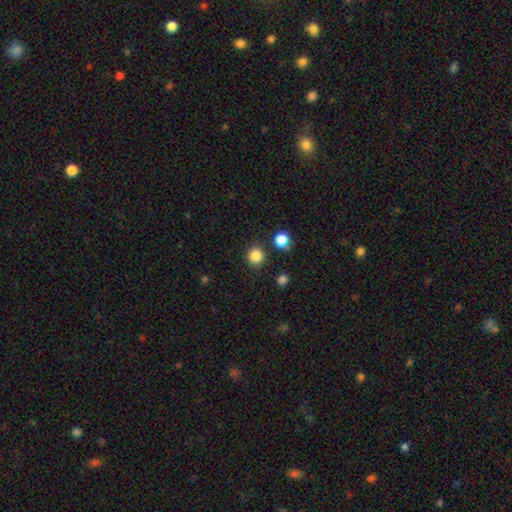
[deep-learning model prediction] Smooth or featured: smooth — 85% (star or artifact — 12%)
How rounded: round — 92% (in between — 7%)
Merging: none — 88% (minor disturbance — 6%)